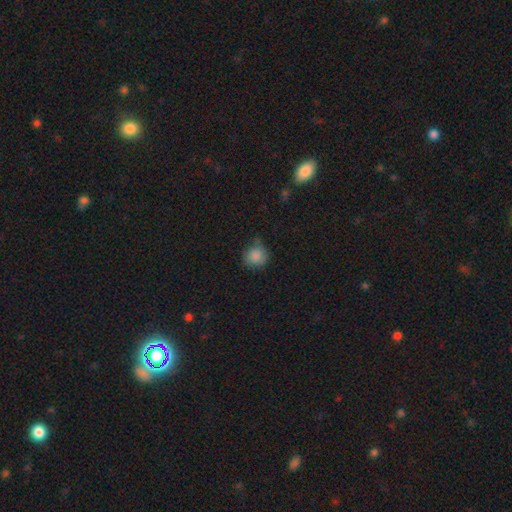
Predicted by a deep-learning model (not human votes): Smooth or featured? Predicted: smooth (p=0.85). How rounded? Predicted: round (p=0.87). Merging? Predicted: none (p=0.63).